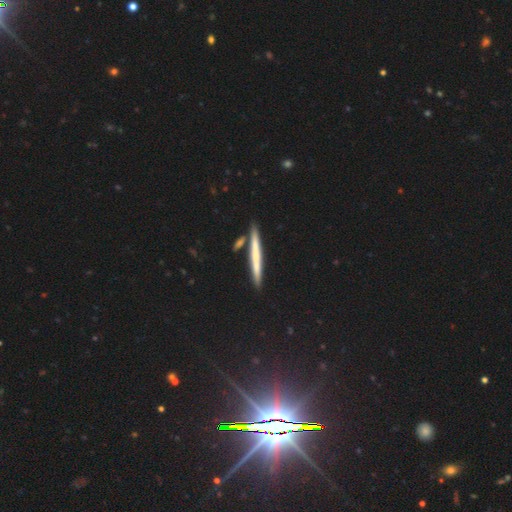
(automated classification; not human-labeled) Morphology: type=smooth (52%); roundness=cigar-shaped (96%); merging=none (85%).